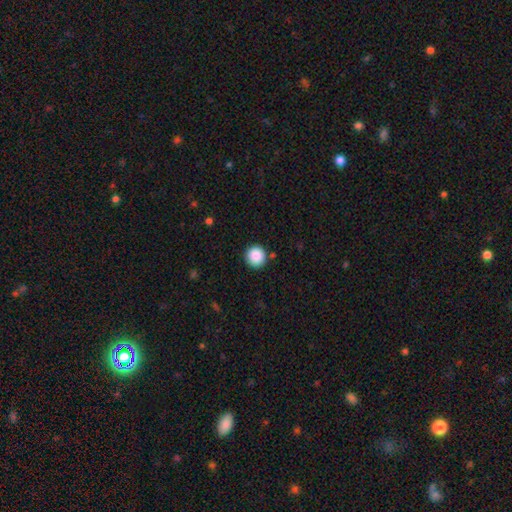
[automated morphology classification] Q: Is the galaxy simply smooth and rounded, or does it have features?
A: smooth — 88%.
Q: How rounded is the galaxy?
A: round — 95%.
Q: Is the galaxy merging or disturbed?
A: none — 90%.